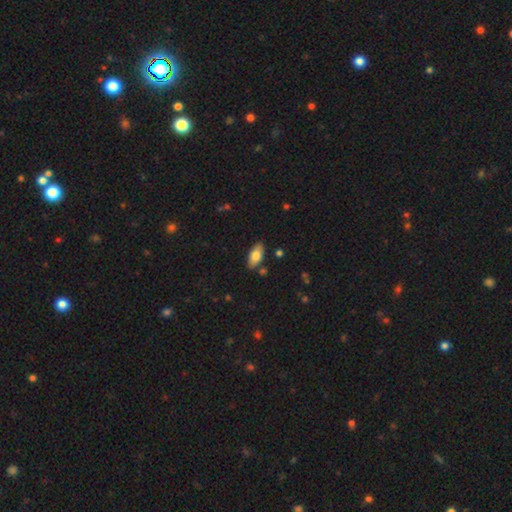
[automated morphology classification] smooth 77%, featured or disk 17%, star or artifact 7%. Down the decision tree: how rounded — in between (88%); merging — none (84%).